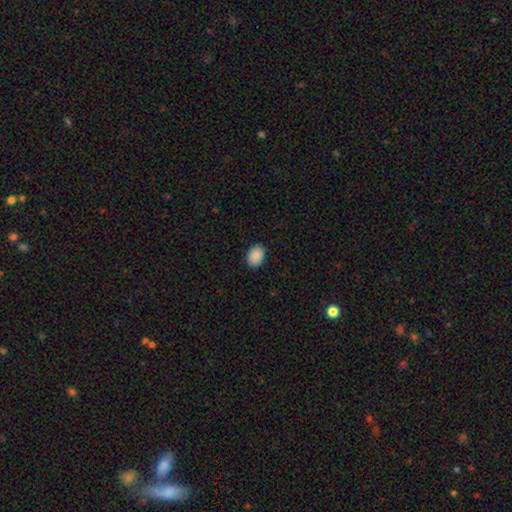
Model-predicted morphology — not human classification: Smooth or featured?
  - smooth: 90% *
  - star or artifact: 7%
  - featured or disk: 3%
How rounded?
  - in between: 70% *
  - round: 29%
  - cigar-shaped: 1%
Merging?
  - none: 89% *
  - minor disturbance: 8%
  - major disturbance: 2%
  - merger: 1%